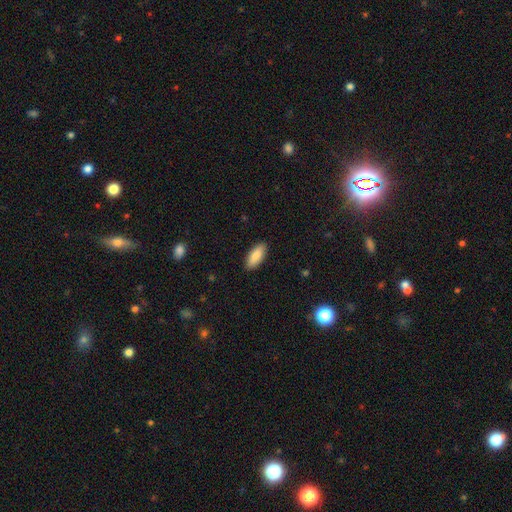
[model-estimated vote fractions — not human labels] This is clearly a smooth galaxy (86%). How rounded: clearly in between (83%). Merging: clearly none (89%).